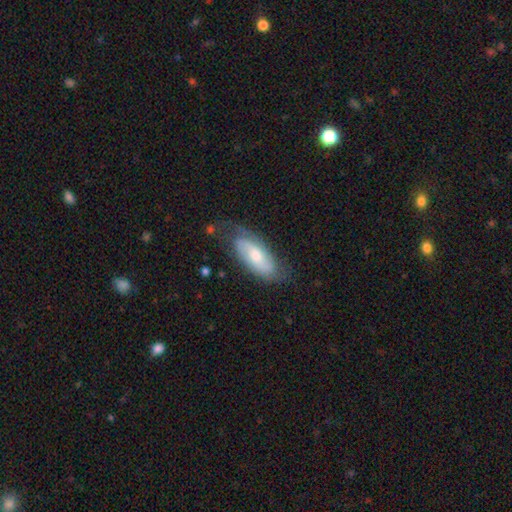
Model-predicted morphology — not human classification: Smooth or featured? featured or disk (54%)
Edge-on disk? no (87%)
Merging? none (64%)